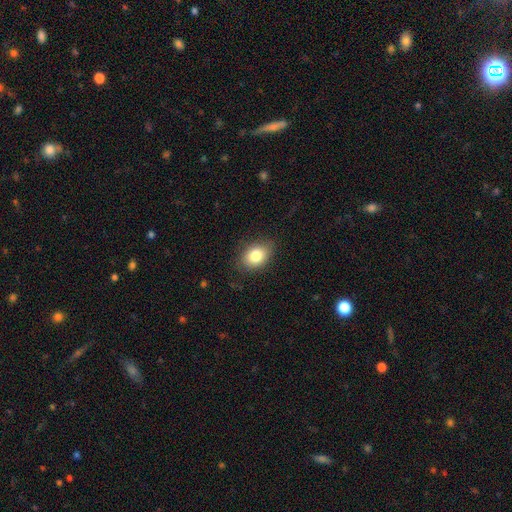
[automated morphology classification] smooth 82%, featured or disk 9%, star or artifact 9%. Down the decision tree: how rounded — in between (77%); merging — none (82%).